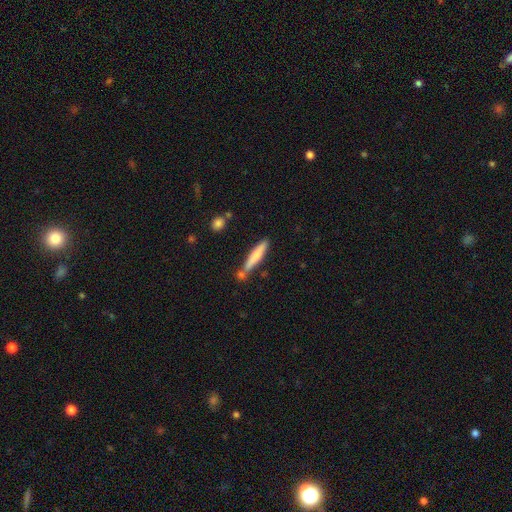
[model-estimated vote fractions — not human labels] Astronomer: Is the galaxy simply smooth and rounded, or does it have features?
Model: smooth — 69%.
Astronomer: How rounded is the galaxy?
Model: cigar-shaped — 91%.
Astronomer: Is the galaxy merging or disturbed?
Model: none — 71%.